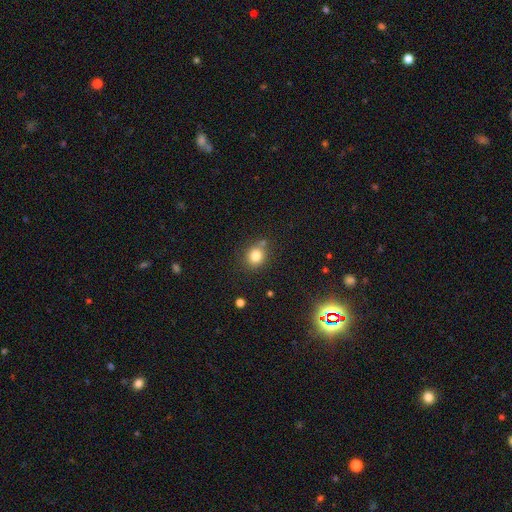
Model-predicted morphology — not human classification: Smooth or featured: smooth — 81% (star or artifact — 12%)
How rounded: round — 76% (in between — 23%)
Merging: none — 71% (minor disturbance — 15%)